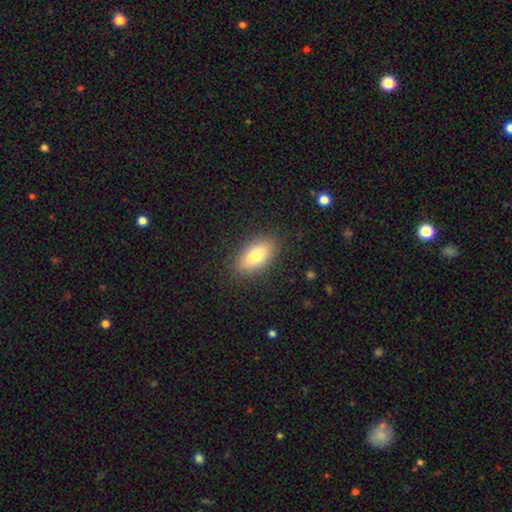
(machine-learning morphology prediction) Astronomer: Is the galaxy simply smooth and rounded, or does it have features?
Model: smooth — 77%.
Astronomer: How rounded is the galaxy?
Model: in between — 89%.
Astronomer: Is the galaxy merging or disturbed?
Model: none — 87%.